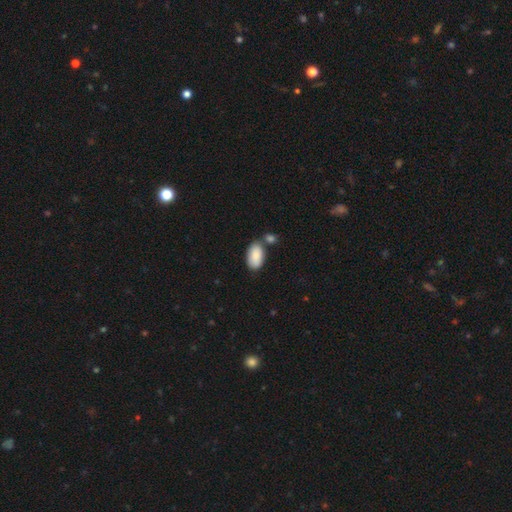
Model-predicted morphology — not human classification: The model was most divided on "merging": none: 63%, merger: 20%, minor disturbance: 14%, major disturbance: 4%. More confident: how rounded — in between (95%); smooth or featured — smooth (88%).